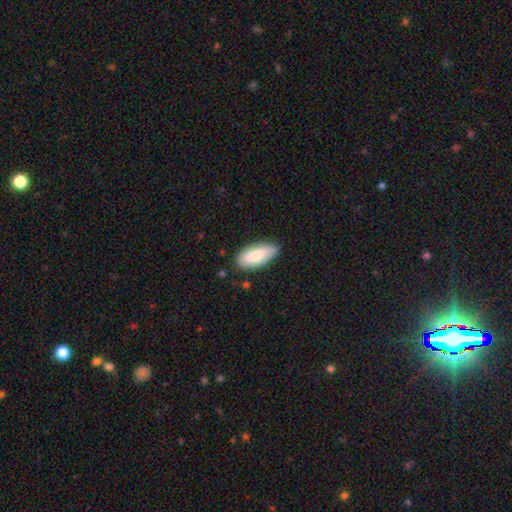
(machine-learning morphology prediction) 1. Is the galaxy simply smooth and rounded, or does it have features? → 75% smooth, 19% featured or disk, 6% star or artifact.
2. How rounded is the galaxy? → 88% in between, 10% cigar-shaped, 2% round.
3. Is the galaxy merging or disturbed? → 80% none, 16% minor disturbance, 3% major disturbance, 1% merger.